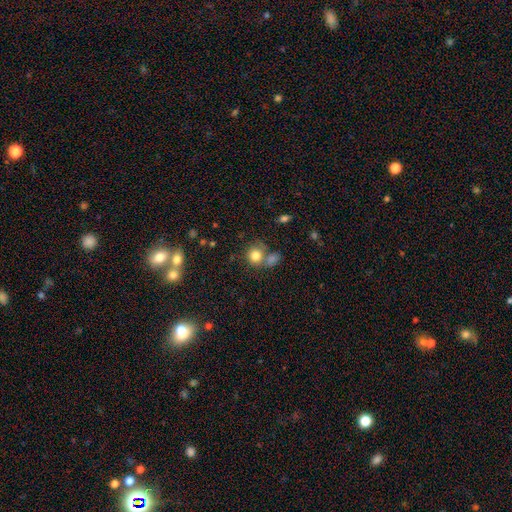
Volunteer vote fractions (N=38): Smooth or featured?
  - smooth: 89% *
  - featured or disk: 8%
  - star or artifact: 3%
How rounded?
  - round: 88% *
  - in between: 9%
  - cigar-shaped: 3%
Merging?
  - none: 54% *
  - merger: 30%
  - minor disturbance: 14%
  - major disturbance: 3%